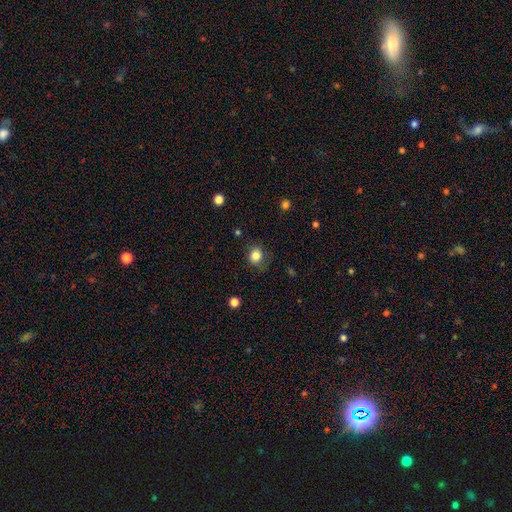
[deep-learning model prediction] A smooth galaxy with no disk features (84%) that is round (71%).

Vote fractions:
- Smooth or featured? smooth: 84% / star or artifact: 10% / featured or disk: 6%
- How rounded? round: 71% / in between: 28% / cigar-shaped: 1%
- Merging? none: 72% / minor disturbance: 19% / major disturbance: 7% / merger: 1%